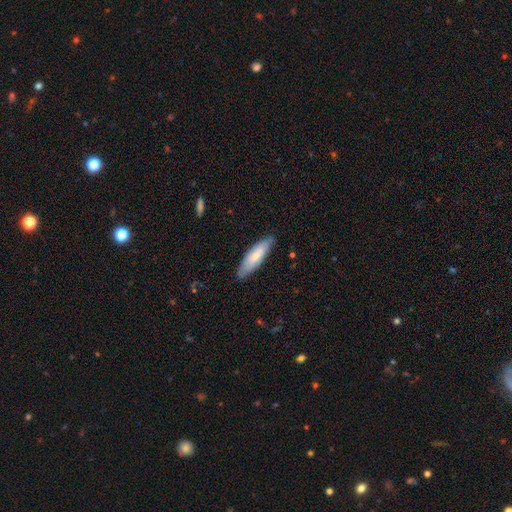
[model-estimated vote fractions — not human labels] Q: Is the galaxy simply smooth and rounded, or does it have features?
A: smooth — 71%.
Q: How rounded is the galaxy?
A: cigar-shaped — 58%.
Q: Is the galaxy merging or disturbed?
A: none — 82%.